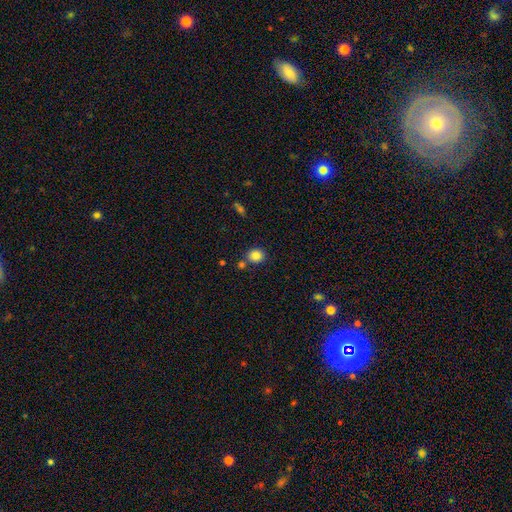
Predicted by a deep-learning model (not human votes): This is clearly a smooth galaxy (85%). How rounded: likely round (74%). Merging: likely none (76%).